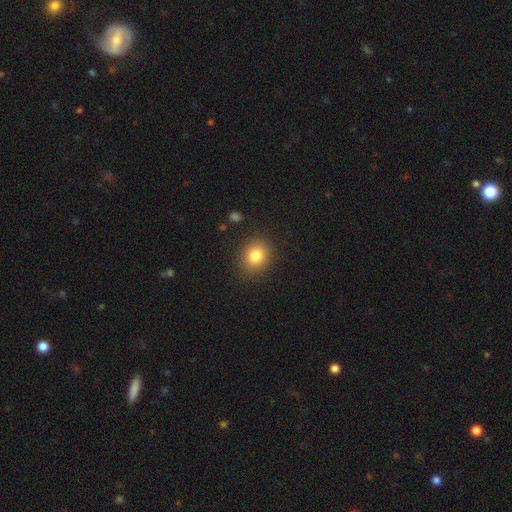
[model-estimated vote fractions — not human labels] Overall: smooth (82%). How rounded: round (71%). Merging: none (87%).